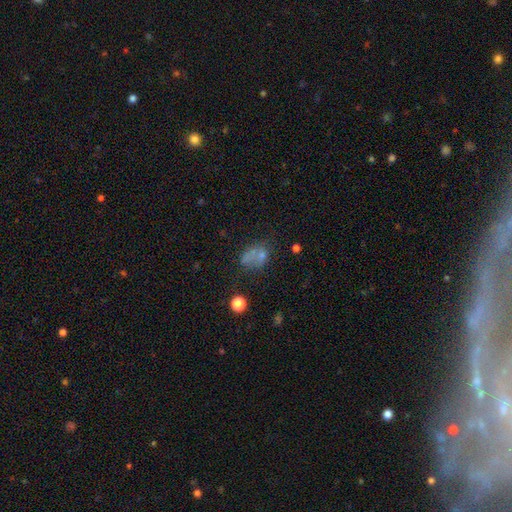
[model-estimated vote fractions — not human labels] smooth 55%, featured or disk 23%, star or artifact 21%. Down the decision tree: how rounded — in between (65%); merging — none (37%).